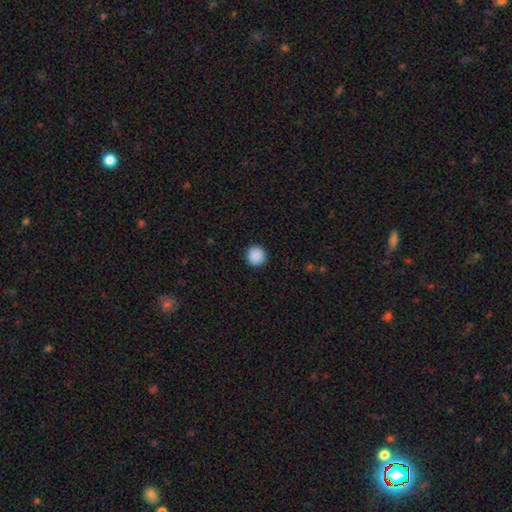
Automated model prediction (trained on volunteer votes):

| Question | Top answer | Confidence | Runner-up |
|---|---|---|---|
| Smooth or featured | smooth | 90% | star or artifact (8%) |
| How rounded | round | 95% | in between (4%) |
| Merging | none | 93% | minor disturbance (4%) |